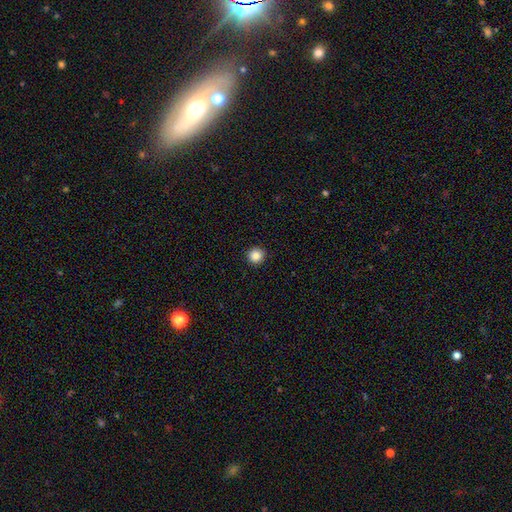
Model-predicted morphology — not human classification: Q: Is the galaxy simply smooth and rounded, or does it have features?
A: smooth — 87%.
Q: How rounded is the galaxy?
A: round — 96%.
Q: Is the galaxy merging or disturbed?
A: none — 93%.